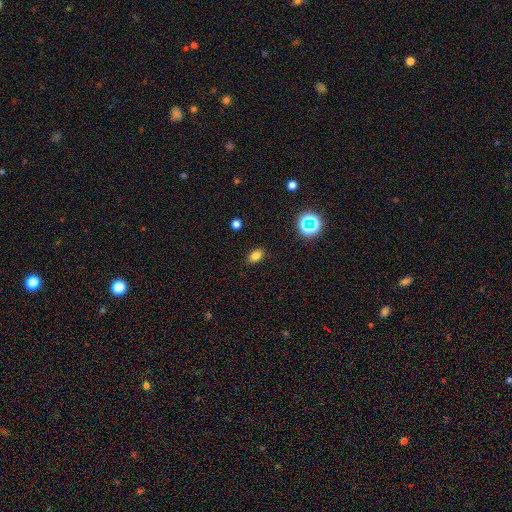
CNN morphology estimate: Q: Smooth or featured?
A: smooth (79%); runner-up: star or artifact (15%)
Q: How rounded?
A: in between (81%); runner-up: round (17%)
Q: Merging?
A: none (87%); runner-up: minor disturbance (10%)